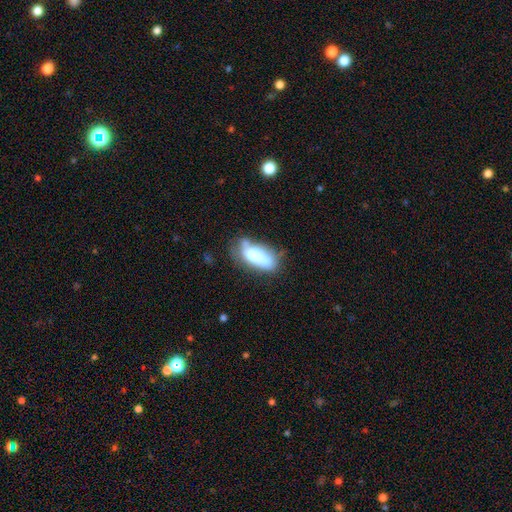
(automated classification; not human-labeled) smooth 64%, featured or disk 28%, star or artifact 7%. Down the decision tree: how rounded — in between (84%); merging — none (42%).